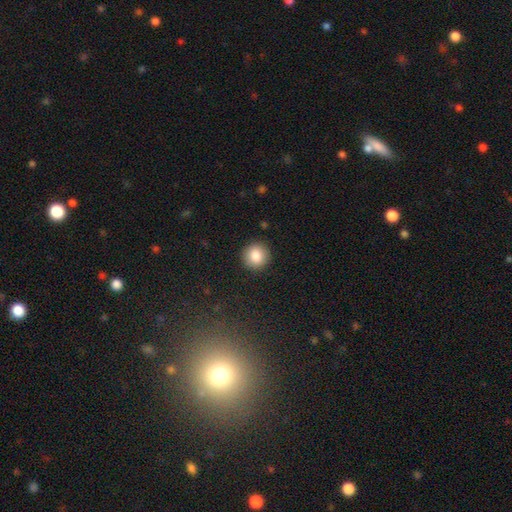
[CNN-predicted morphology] The model was most divided on "smooth or featured": smooth: 86%, star or artifact: 9%, featured or disk: 6%. More confident: how rounded — round (92%); merging — none (91%).